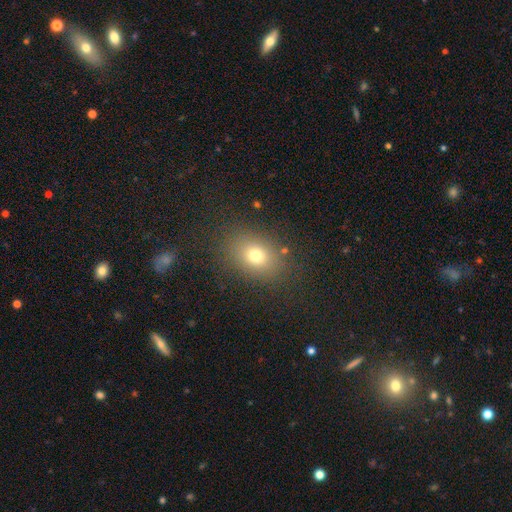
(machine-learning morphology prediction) type=smooth (74%); roundness=in between (60%); merging=none (83%).